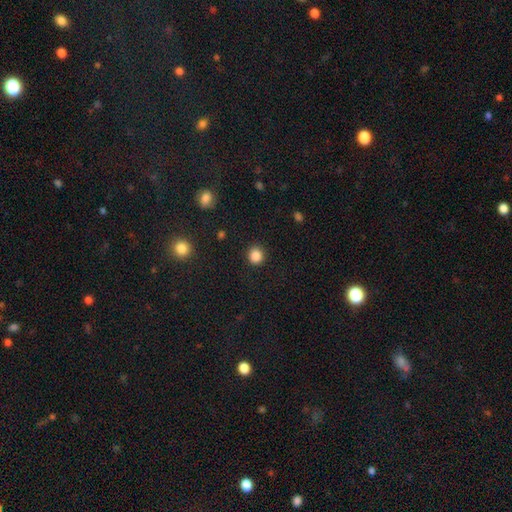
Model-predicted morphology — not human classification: Smooth or featured? Predicted: smooth (p=0.86). How rounded? Predicted: round (p=0.86). Merging? Predicted: none (p=0.90).